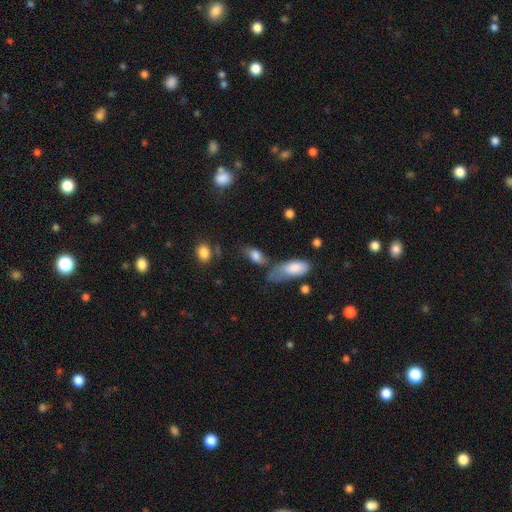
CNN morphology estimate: Q: Smooth or featured?
A: smooth (75%); runner-up: featured or disk (15%)
Q: How rounded?
A: in between (84%); runner-up: cigar-shaped (10%)
Q: Merging?
A: none (44%); runner-up: minor disturbance (24%)